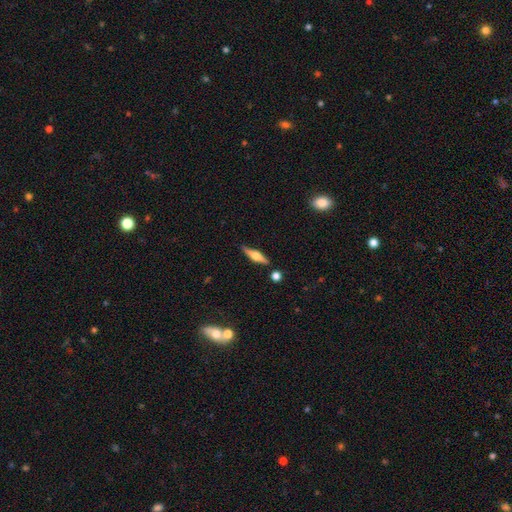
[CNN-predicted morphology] A featured or disk galaxy (62%) viewed edge-on (96%) with a rounded central bulge (89%).

Vote fractions:
- Smooth or featured? featured or disk: 62% / smooth: 31% / star or artifact: 6%
- Edge-on disk? yes: 96% / no: 4%
- Edge-on bulge? rounded: 89% / boxy: 8% / none: 3%
- Merging? none: 82% / minor disturbance: 12% / merger: 3% / major disturbance: 3%